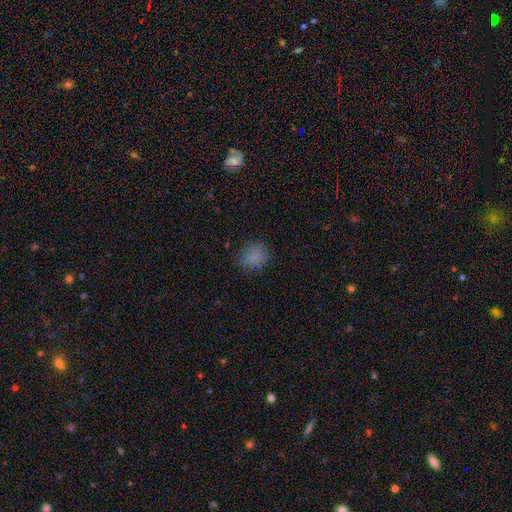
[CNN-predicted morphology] smooth-or-featured: smooth: 78% | star or artifact: 13% | featured or disk: 9%
  how-rounded: round: 66% | in between: 33% | cigar-shaped: 1%
  merging: none: 72% | minor disturbance: 19% | major disturbance: 7% | merger: 1%